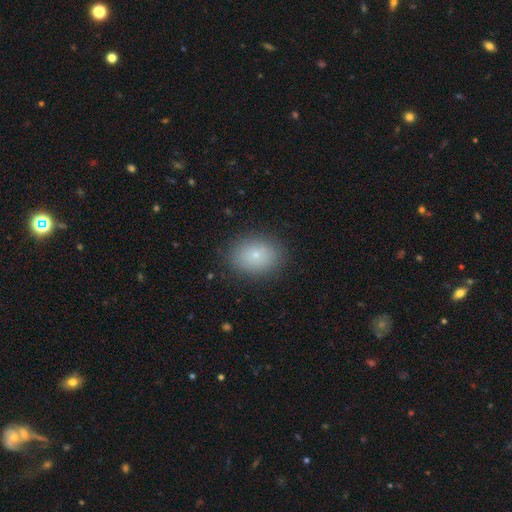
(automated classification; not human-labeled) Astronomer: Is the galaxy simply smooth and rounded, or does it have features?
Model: smooth — 77%.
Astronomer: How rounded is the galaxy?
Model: in between — 54% (runner-up: round, 45%).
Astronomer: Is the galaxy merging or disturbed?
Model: none — 87%.